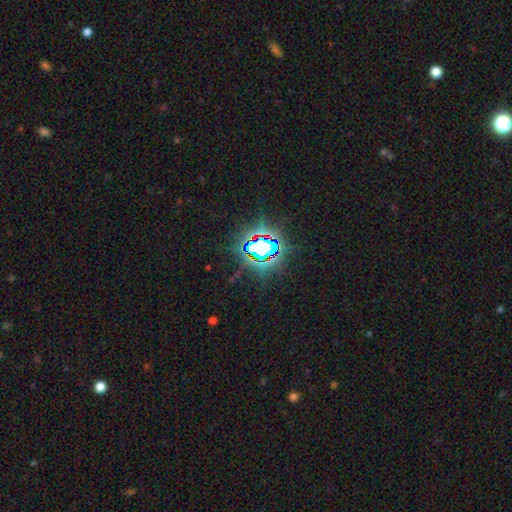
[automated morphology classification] A star or artifact, not a galaxy (81%).